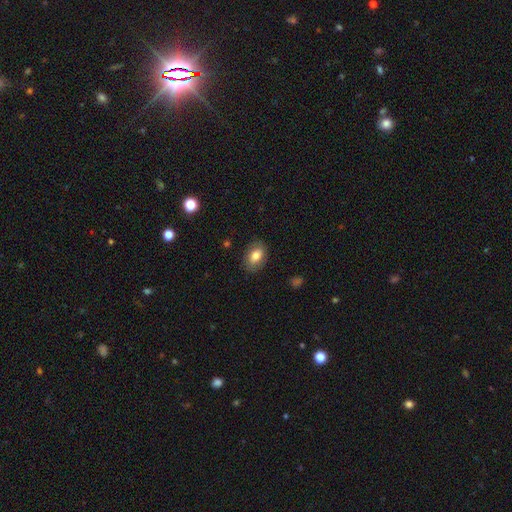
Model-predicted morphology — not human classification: Smooth or featured? Predicted: smooth (p=0.77). How rounded? Predicted: in between (p=0.82). Merging? Predicted: none (p=0.84).